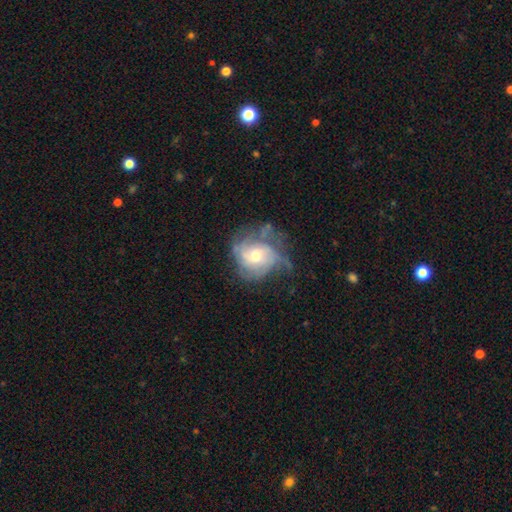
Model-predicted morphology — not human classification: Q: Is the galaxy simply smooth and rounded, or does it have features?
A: featured or disk — 72%.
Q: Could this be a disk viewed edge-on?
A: no — 97%.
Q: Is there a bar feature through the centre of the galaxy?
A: no — 71%.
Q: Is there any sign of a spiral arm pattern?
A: yes — 81%.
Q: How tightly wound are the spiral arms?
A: tight — 42%.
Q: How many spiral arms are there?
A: can't tell — 44%.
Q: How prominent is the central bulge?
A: moderate — 61%.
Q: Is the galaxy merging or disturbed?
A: none — 46%.